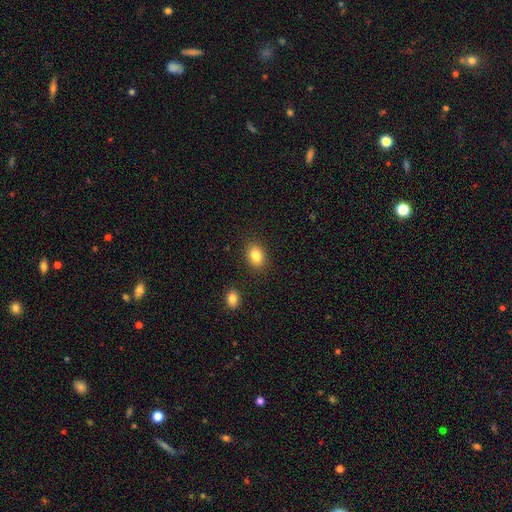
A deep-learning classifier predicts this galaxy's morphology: This is clearly a smooth galaxy (84%). How rounded: likely in between (67%). Merging: clearly none (87%).